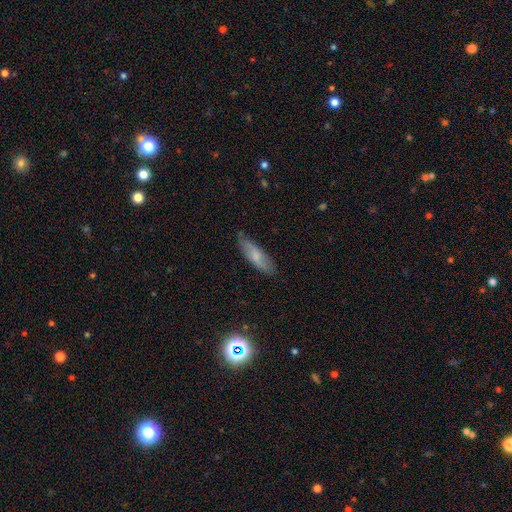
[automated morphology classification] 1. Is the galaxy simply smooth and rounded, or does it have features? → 69% smooth, 24% featured or disk, 7% star or artifact.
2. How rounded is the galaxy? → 53% cigar-shaped, 45% in between, 2% round.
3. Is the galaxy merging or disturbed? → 80% none, 16% minor disturbance, 3% major disturbance, 1% merger.